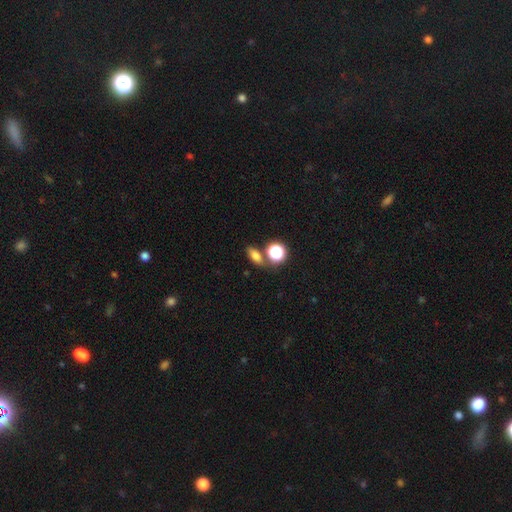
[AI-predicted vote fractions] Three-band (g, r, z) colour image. It shows a smooth galaxy with no disk features (73%) that is in between round and cigar-shaped (70%). Merging: none (71%).